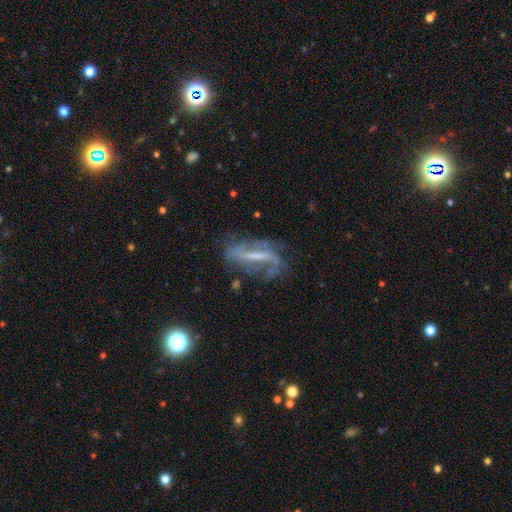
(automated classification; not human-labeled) A featured or disk galaxy (78%) with a strong bar (60%), 2 (67%) loose (45%) spiral arms (85%) and a small central bulge (37%).

Vote fractions:
- Smooth or featured? featured or disk: 78% / smooth: 12% / star or artifact: 10%
- Edge-on disk? no: 83% / yes: 17%
- Bar? strong: 60% / weak: 28% / no: 13%
- Spiral arms? yes: 85% / no: 15%
- Spiral winding? loose: 45% / medium: 36% / tight: 18%
- Spiral arm count? 2: 67% / can't tell: 15% / 1: 10% / 3: 4% / 4: 2% / more than 4: 2%
- Bulge size? small: 37% / none: 33% / moderate: 25% / large: 4% / dominant: 1%
- Merging? none: 58% / minor disturbance: 21% / major disturbance: 18% / merger: 4%